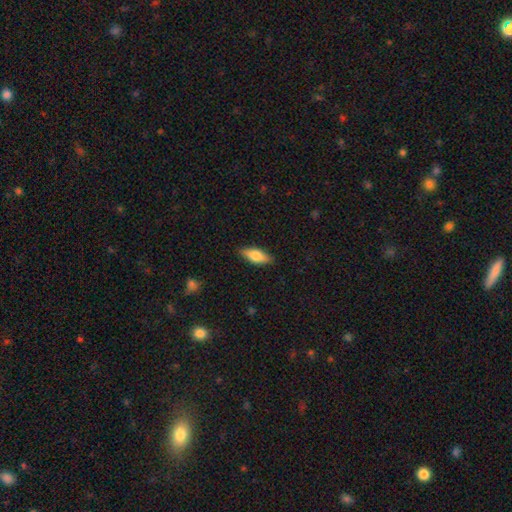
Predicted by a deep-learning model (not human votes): Q: Smooth or featured?
A: smooth (69%); runner-up: featured or disk (25%)
Q: How rounded?
A: in between (70%); runner-up: cigar-shaped (27%)
Q: Merging?
A: none (87%); runner-up: minor disturbance (10%)